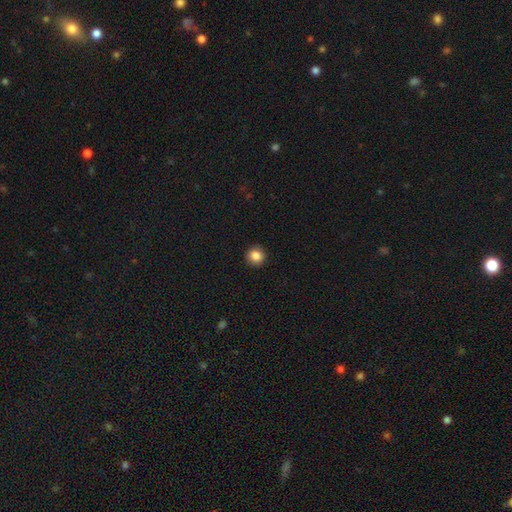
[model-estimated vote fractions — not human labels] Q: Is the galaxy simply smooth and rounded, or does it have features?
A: smooth — 85%.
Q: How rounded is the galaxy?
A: round — 94%.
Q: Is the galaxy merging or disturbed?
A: none — 92%.